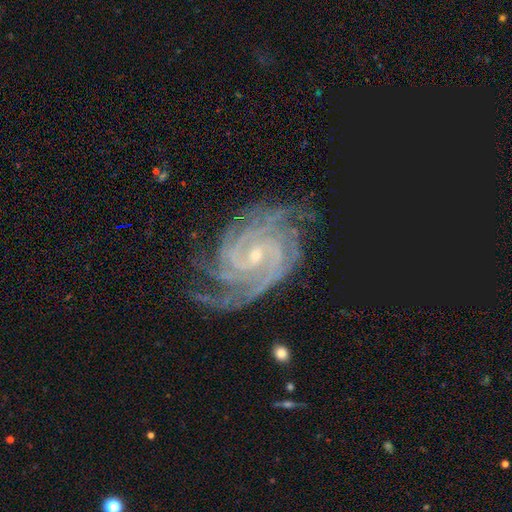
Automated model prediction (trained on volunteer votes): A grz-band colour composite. It shows a featured or disk galaxy (92%) with no bar (46%), 4 (26%) tight (73%) spiral arms (99%) and a small central bulge (75%). Merging: none (73%).